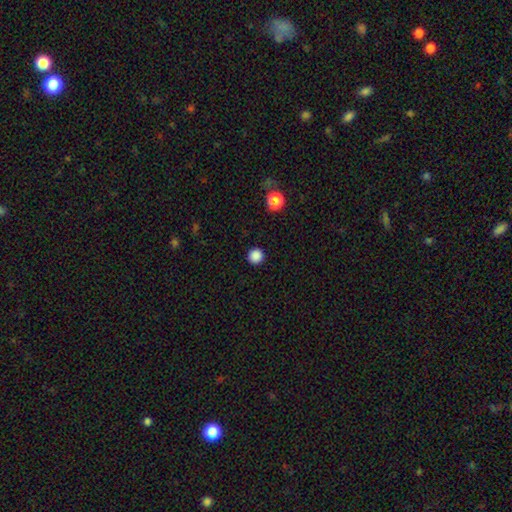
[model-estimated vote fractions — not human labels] smooth_or_featured: smooth (p=0.87) [alt: star or artifact p=0.11]
how_rounded: round (p=0.95) [alt: in between p=0.04]
merging: none (p=0.93) [alt: minor disturbance p=0.04]